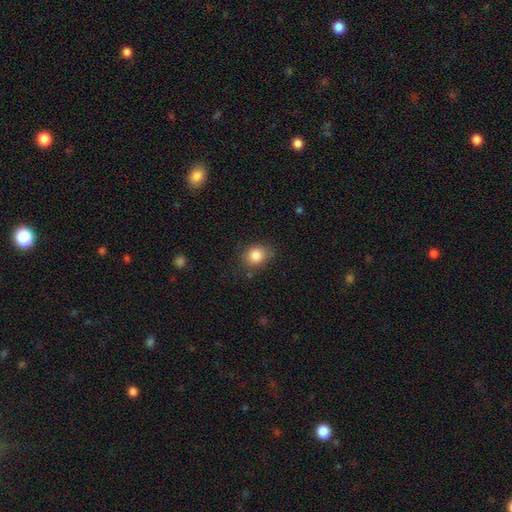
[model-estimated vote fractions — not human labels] This appears to be a smooth galaxy with no disk features (84%) that is round (55%). Merging: none (74%).